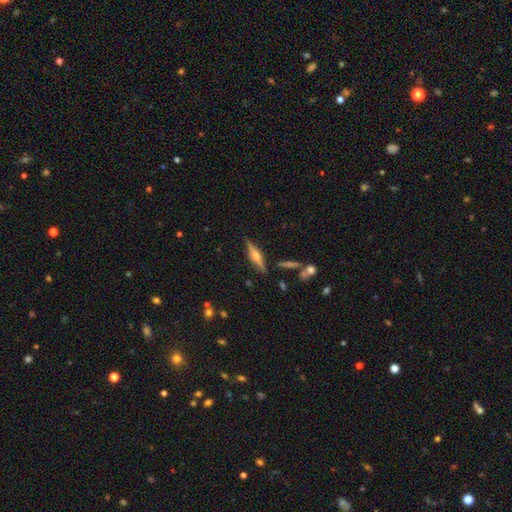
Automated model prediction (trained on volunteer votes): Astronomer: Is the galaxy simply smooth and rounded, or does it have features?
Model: featured or disk — 72%.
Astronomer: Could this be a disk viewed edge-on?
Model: yes — 97%.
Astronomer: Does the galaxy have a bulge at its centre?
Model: rounded — 88%.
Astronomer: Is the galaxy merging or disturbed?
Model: none — 85%.